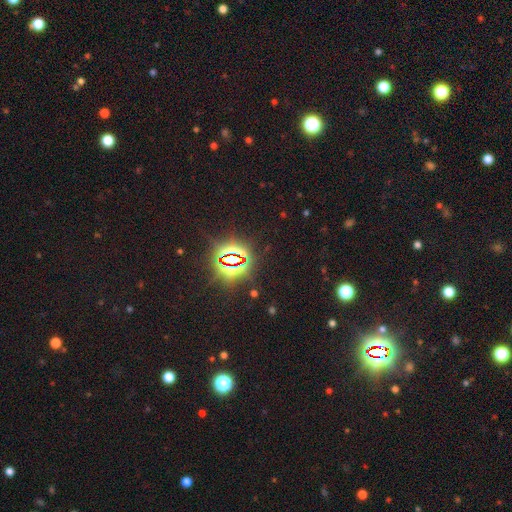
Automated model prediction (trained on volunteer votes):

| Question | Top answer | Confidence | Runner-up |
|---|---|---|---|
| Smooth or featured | star or artifact | 81% | smooth (12%) |